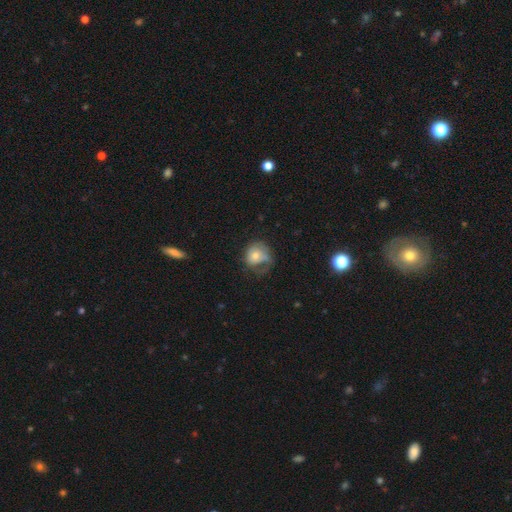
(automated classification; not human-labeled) Smooth or featured: smooth — 59% (featured or disk — 32%)
How rounded: round — 69% (in between — 30%)
Merging: major disturbance — 39% (none — 32%)